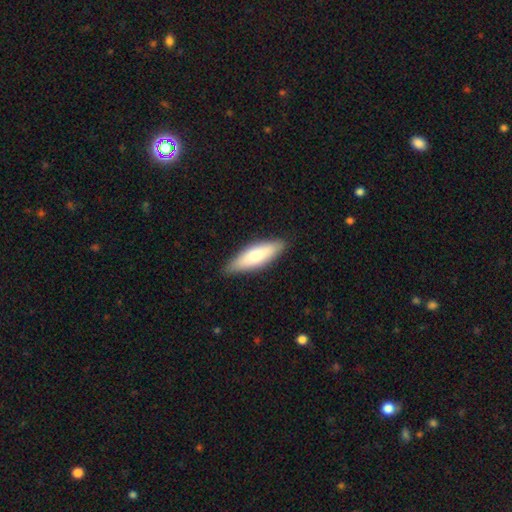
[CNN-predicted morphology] Overall: smooth (71%). How rounded: cigar-shaped (51%; in between 47%). Merging: none (85%).